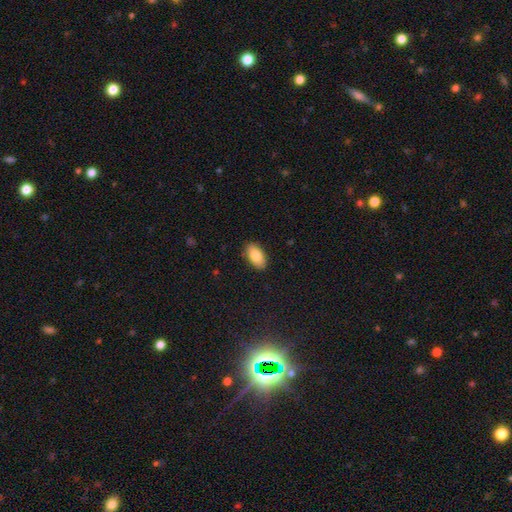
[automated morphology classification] smooth-or-featured: smooth: 83% | featured or disk: 10% | star or artifact: 7%
  how-rounded: in between: 93% | cigar-shaped: 4% | round: 3%
  merging: none: 88% | minor disturbance: 9% | major disturbance: 2% | merger: 1%